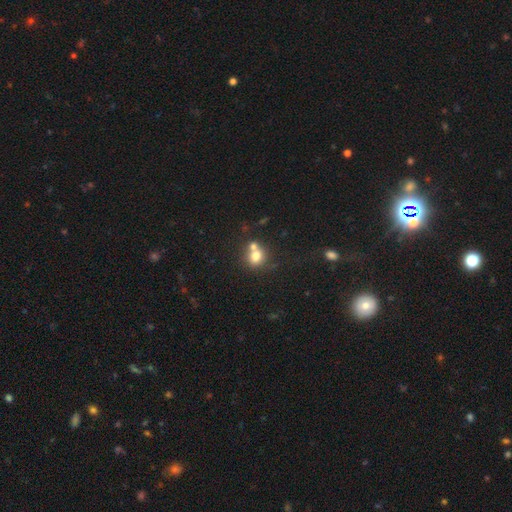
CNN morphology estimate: The model was most divided on "merging": none: 44%, merger: 43%, minor disturbance: 9%, major disturbance: 4%. More confident: how rounded — round (77%); smooth or featured — smooth (74%).